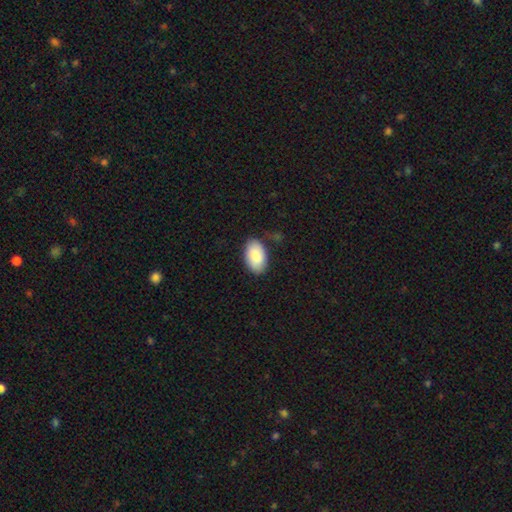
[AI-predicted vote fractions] Smooth or featured: smooth — 87% (featured or disk — 7%)
How rounded: in between — 94% (round — 4%)
Merging: none — 79% (minor disturbance — 15%)